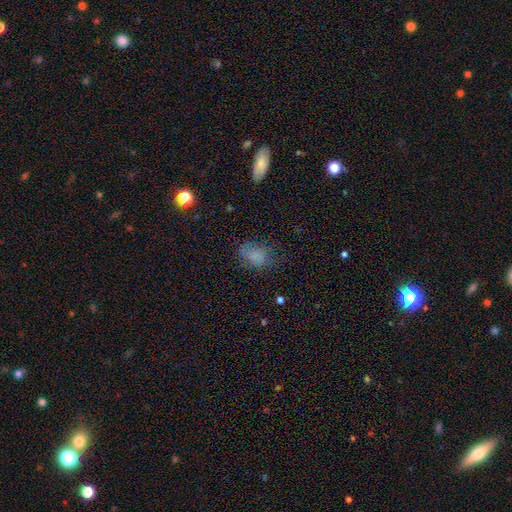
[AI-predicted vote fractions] Smooth or featured? Predicted: smooth (p=0.76). How rounded? Predicted: in between (p=0.74). Merging? Predicted: none (p=0.64).